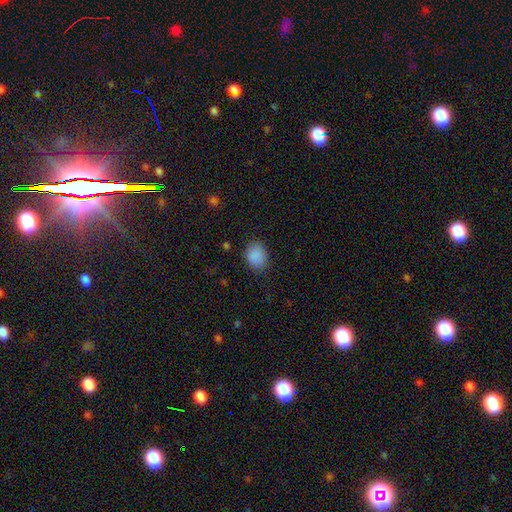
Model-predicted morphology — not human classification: Overall: smooth (89%). How rounded: in between (52%; round 47%). Merging: none (83%).